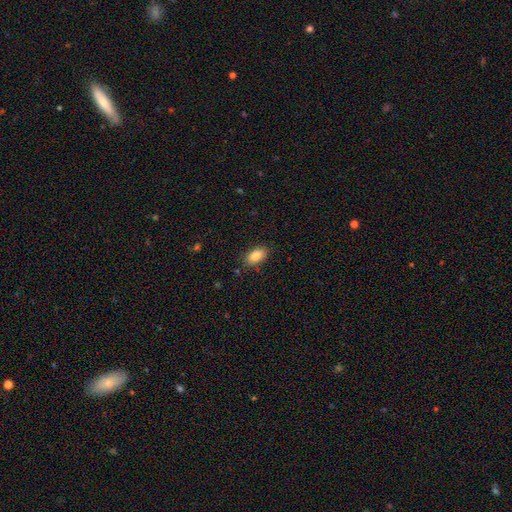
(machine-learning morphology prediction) Smooth or featured?
  - smooth: 83% *
  - featured or disk: 9%
  - star or artifact: 8%
How rounded?
  - in between: 91% *
  - round: 5%
  - cigar-shaped: 4%
Merging?
  - none: 86% *
  - minor disturbance: 11%
  - major disturbance: 2%
  - merger: 1%